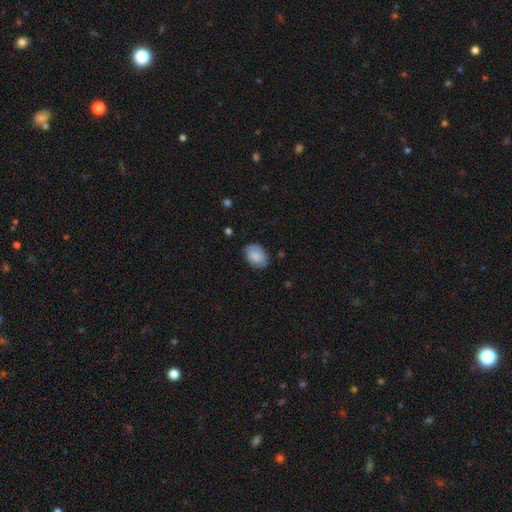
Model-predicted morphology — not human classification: This is likely a smooth galaxy (75%). How rounded: likely in between (75%). Merging: likely none (77%).